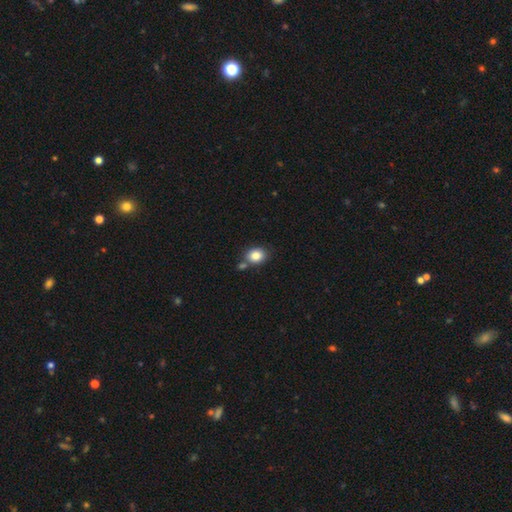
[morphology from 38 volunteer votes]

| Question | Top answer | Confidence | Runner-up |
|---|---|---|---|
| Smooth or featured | smooth | 82% | featured or disk (11%) |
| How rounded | in between | 65% | round (35%) |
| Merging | none | 60% | minor disturbance (23%) |